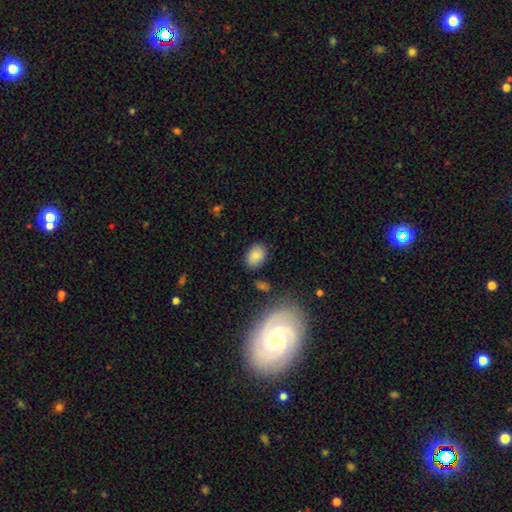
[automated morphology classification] smooth-or-featured: smooth: 82% | star or artifact: 10% | featured or disk: 9%
  how-rounded: in between: 76% | round: 23% | cigar-shaped: 1%
  merging: none: 81% | minor disturbance: 12% | major disturbance: 3% | merger: 3%